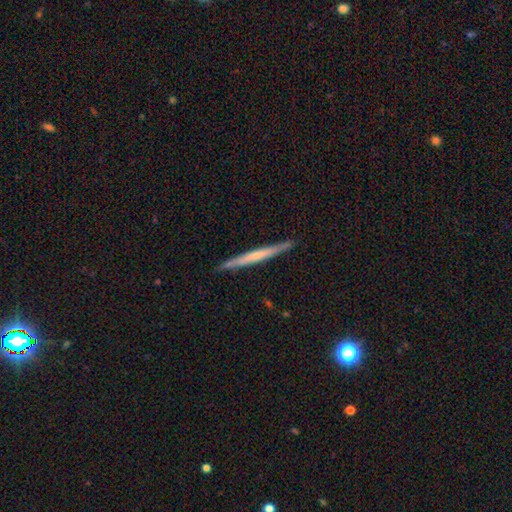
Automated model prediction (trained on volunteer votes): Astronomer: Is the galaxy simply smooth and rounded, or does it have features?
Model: featured or disk — 53% (runner-up: smooth, 42%).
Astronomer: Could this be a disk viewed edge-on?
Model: yes — 97%.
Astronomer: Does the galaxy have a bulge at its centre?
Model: none — 76%.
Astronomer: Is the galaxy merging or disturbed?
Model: none — 89%.